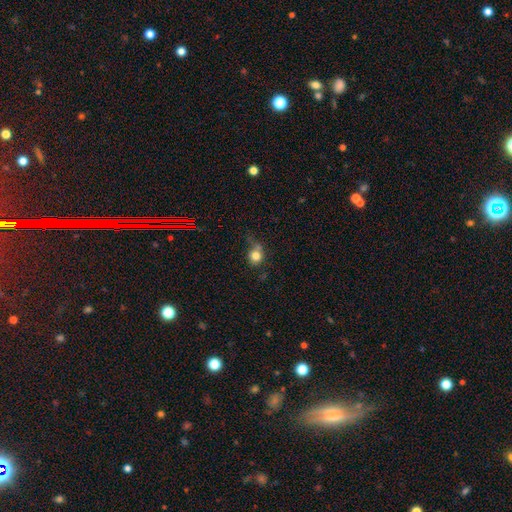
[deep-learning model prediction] smooth 78%, star or artifact 12%, featured or disk 10%. Down the decision tree: how rounded — round (78%); merging — none (47%).